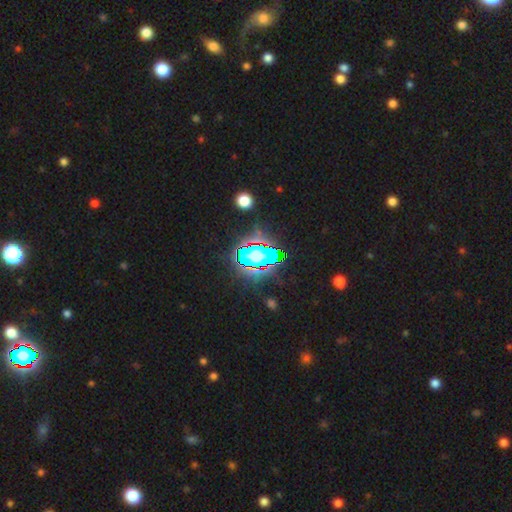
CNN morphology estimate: star or artifact 61%, smooth 21%, featured or disk 18%.